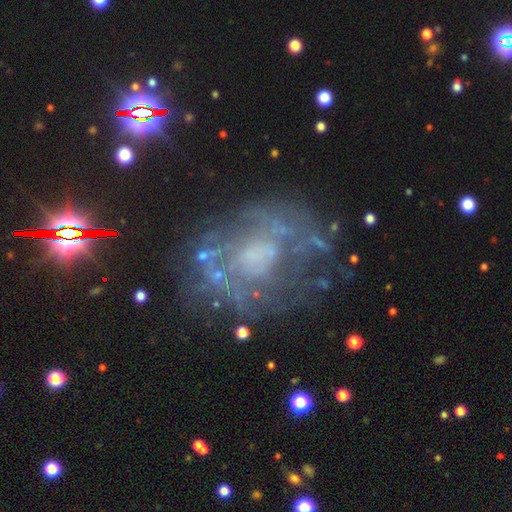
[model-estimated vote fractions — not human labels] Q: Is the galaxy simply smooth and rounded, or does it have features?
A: featured or disk — 74%.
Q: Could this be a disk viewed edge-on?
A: no — 97%.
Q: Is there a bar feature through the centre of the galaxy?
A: no — 76%.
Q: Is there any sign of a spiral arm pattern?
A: yes — 59%.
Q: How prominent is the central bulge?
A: none — 40%.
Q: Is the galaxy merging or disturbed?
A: none — 59%.